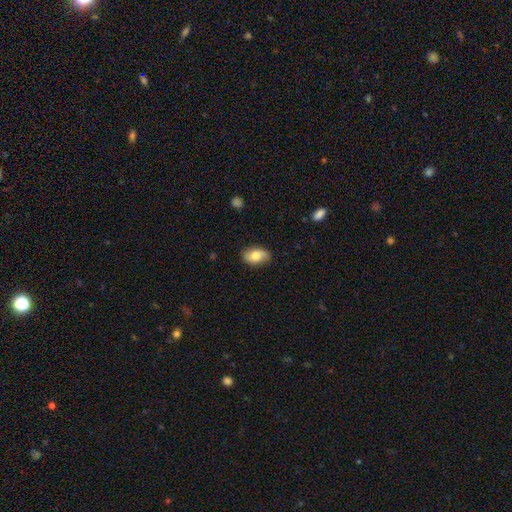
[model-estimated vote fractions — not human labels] This is likely a smooth galaxy (75%). How rounded: clearly in between (91%). Merging: clearly none (83%).